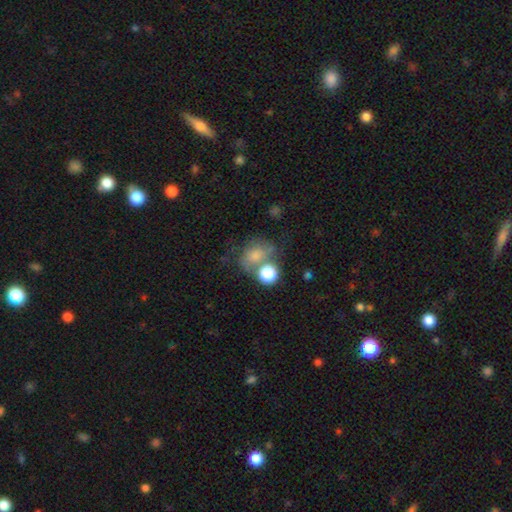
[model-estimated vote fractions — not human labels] This appears to be a smooth galaxy with no disk features (62%) that is round (53%). Merging: none (40%).